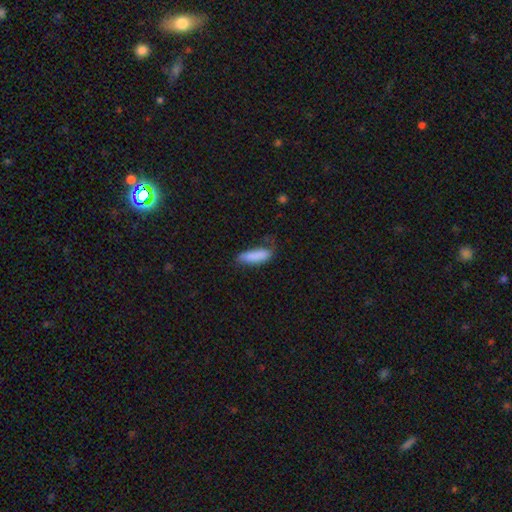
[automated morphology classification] smooth_or_featured: smooth (p=0.85) [alt: featured or disk p=0.09]
how_rounded: cigar-shaped (p=0.56) [alt: in between p=0.43]
merging: none (p=0.59) [alt: minor disturbance p=0.29]